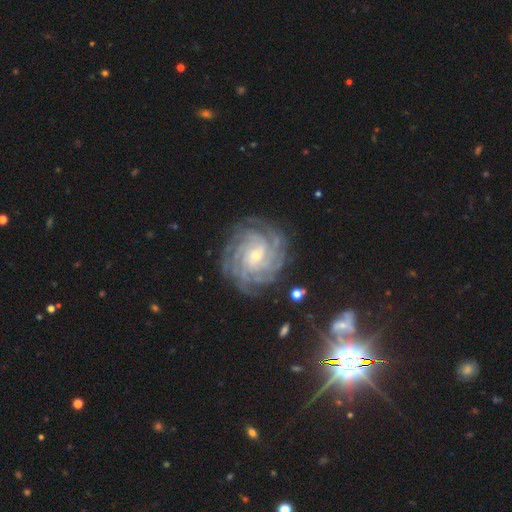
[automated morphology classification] The model was most divided on "spiral arm count" (2-way tie): more than 4: 26%, 4: 26%, can't tell: 22%, 3: 10%, 2: 8%, 1: 7%. More confident: spiral arms — yes (98%); edge-on disk — no (98%); smooth or featured — featured or disk (89%); merging — none (80%); spiral winding — tight (80%); bulge size — small (72%); bar — no (56%).